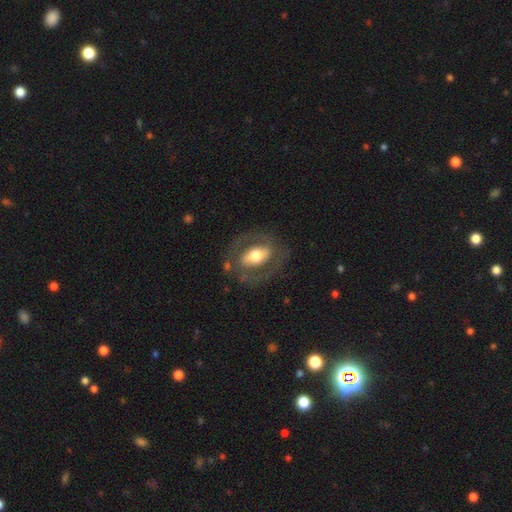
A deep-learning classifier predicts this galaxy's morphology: type=featured or disk (66%); edge-on=no (93%); bar=strong (39%); spiral arms=yes (51%); bulge=moderate (58%); merging=none (74%).